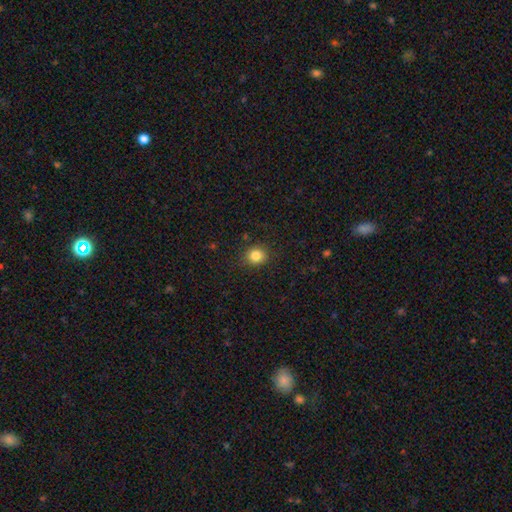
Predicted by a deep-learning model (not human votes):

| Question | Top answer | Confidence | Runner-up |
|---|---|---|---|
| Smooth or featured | smooth | 83% | star or artifact (11%) |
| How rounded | round | 80% | in between (19%) |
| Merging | none | 88% | minor disturbance (8%) |